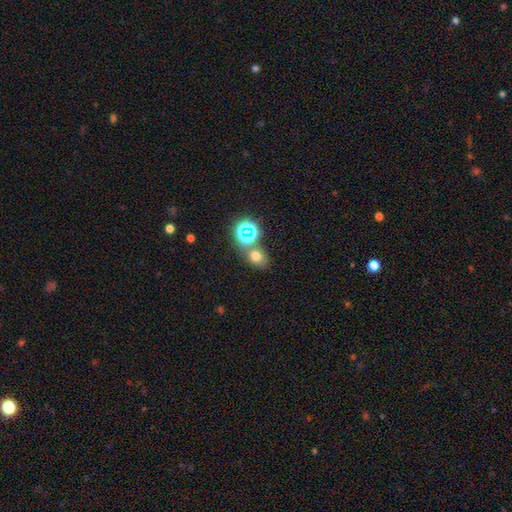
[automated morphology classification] This appears to be a smooth galaxy with no disk features (64%) that is round (50%). Merging: none (61%).